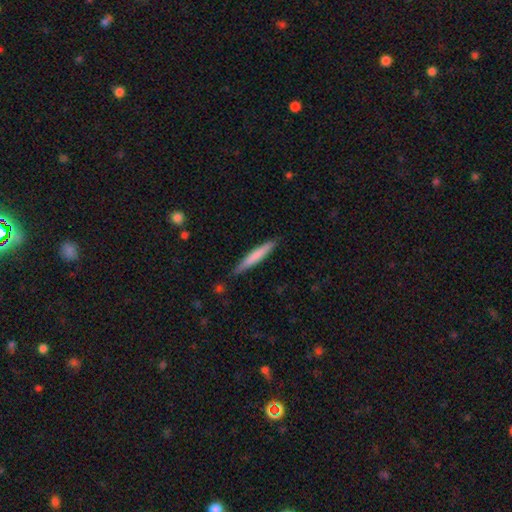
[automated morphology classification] Smooth or featured: smooth — 71% (featured or disk — 23%)
How rounded: cigar-shaped — 94% (in between — 4%)
Merging: none — 84% (minor disturbance — 12%)